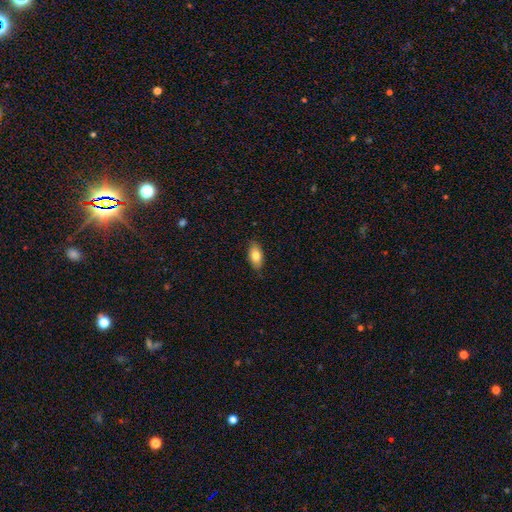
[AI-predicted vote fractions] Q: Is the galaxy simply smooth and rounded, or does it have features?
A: smooth — 78%.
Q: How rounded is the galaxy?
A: in between — 90%.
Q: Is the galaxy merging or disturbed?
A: none — 86%.